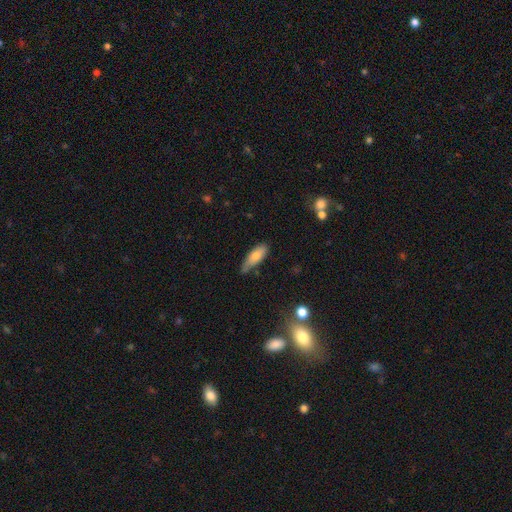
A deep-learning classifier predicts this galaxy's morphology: This is likely a smooth galaxy (74%). How rounded: likely in between (64%). Merging: possibly none (54%).